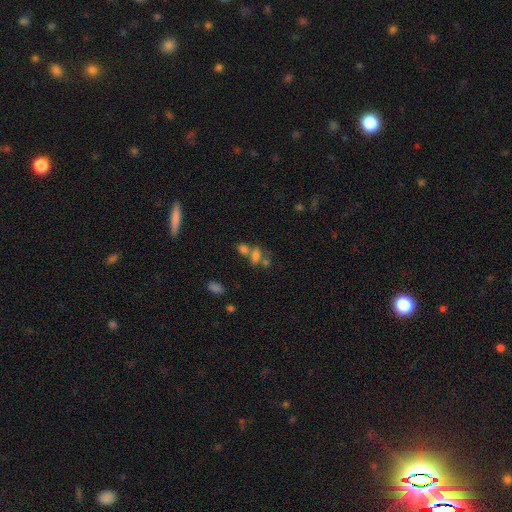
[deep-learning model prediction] This appears to be a smooth galaxy with no disk features (68%) that is in between round and cigar-shaped (75%). Merging: merger (49%).